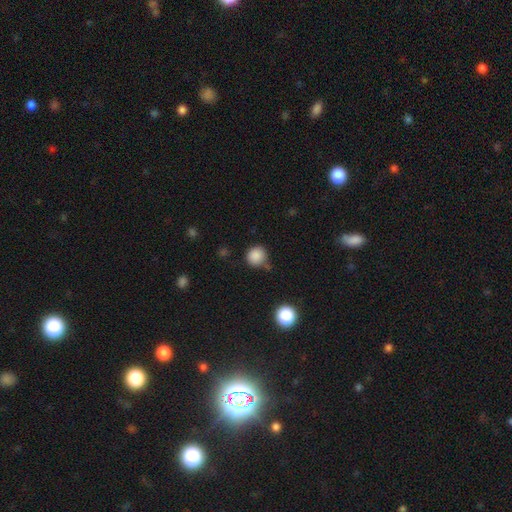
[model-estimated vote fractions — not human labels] A smooth galaxy with no disk features (86%) that is round (90%).

Vote fractions:
- Smooth or featured? smooth: 86% / star or artifact: 11% / featured or disk: 4%
- How rounded? round: 90% / in between: 9% / cigar-shaped: 1%
- Merging? none: 75% / minor disturbance: 15% / merger: 6% / major disturbance: 4%